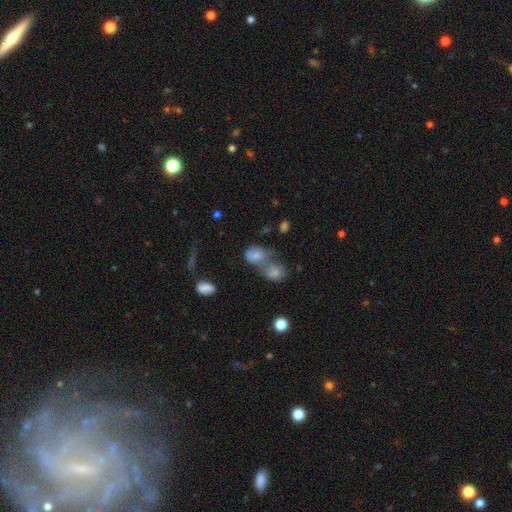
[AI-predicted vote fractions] smooth 68%, featured or disk 18%, star or artifact 13%. Down the decision tree: how rounded — in between (62%); merging — merger (62%).